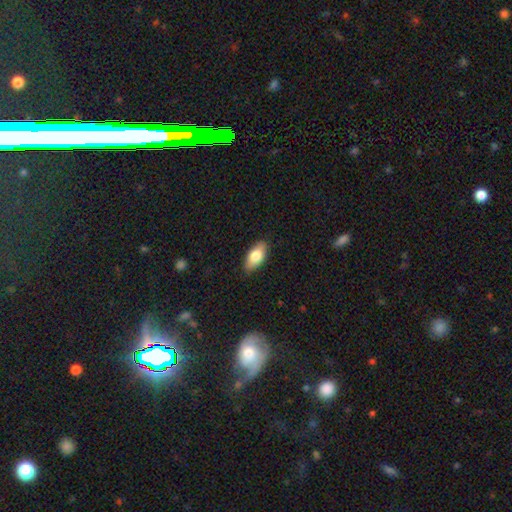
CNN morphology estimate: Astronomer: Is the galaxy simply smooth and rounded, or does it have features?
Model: smooth — 80%.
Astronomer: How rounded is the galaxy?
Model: in between — 88%.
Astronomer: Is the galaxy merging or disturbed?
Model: none — 87%.